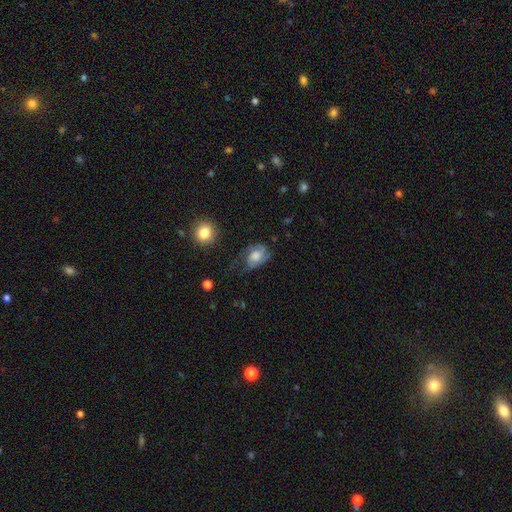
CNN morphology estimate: Smooth or featured? Predicted: featured or disk (p=0.46). Merging? Predicted: none (p=0.44).